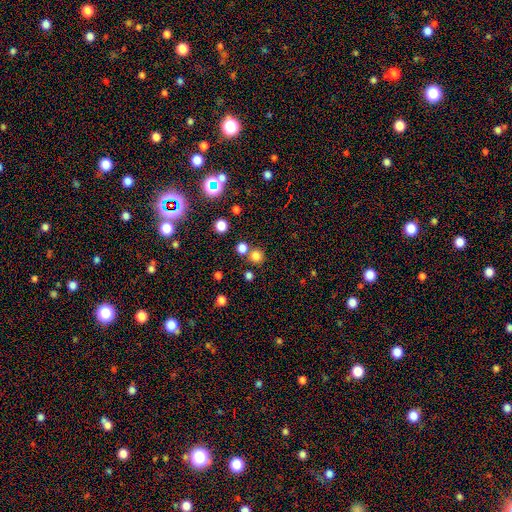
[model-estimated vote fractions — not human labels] smooth_or_featured: smooth (p=0.76) [alt: star or artifact p=0.18]
how_rounded: round (p=0.92) [alt: in between p=0.07]
merging: none (p=0.71) [alt: merger p=0.20]